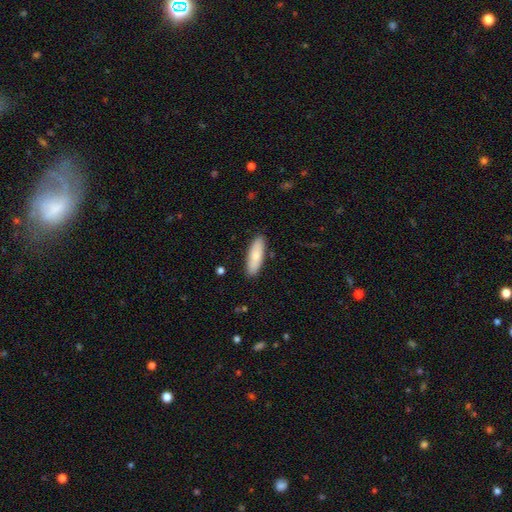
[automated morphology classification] type=smooth (78%); roundness=in between (60%); merging=none (88%).